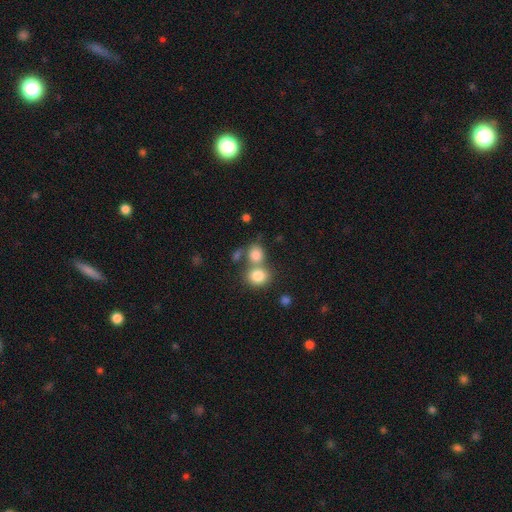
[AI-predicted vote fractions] This is likely a smooth galaxy (79%). How rounded: likely round (72%). Merging: possibly none (46%).